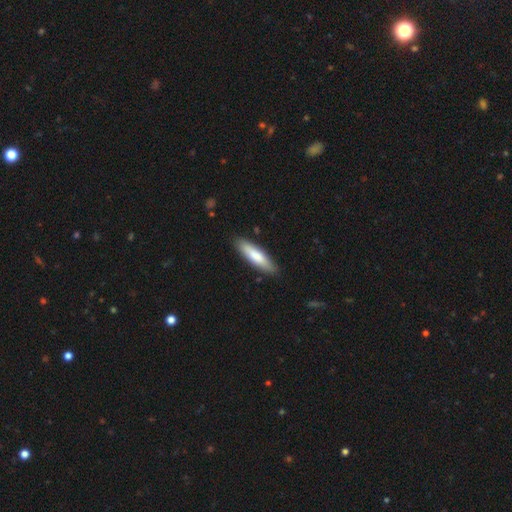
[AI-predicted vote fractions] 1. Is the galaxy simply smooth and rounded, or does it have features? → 76% smooth, 19% featured or disk, 5% star or artifact.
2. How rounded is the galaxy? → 69% cigar-shaped, 30% in between, 1% round.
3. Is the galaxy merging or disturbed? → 87% none, 10% minor disturbance, 2% major disturbance, 1% merger.